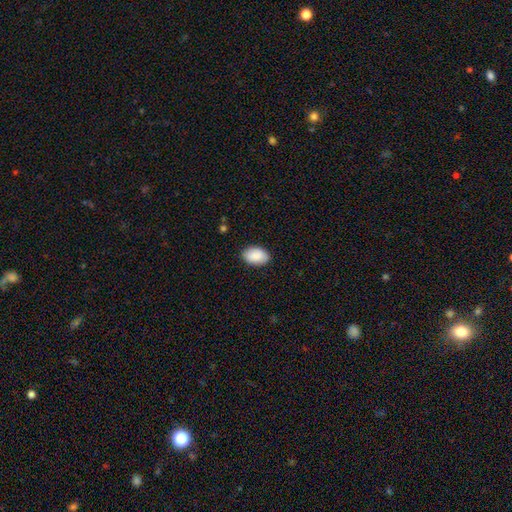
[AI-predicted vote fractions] Smooth or featured? Predicted: smooth (p=0.90). How rounded? Predicted: in between (p=0.92). Merging? Predicted: none (p=0.87).